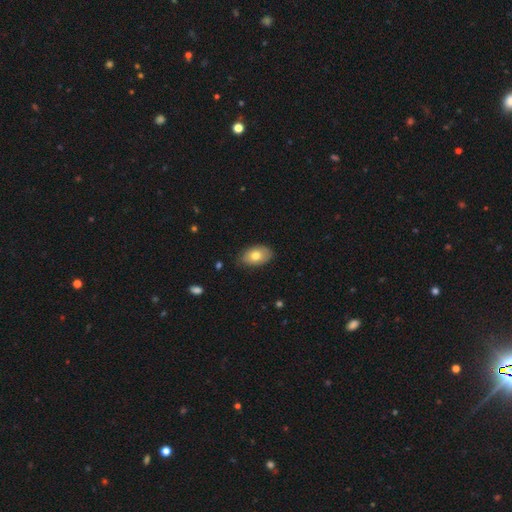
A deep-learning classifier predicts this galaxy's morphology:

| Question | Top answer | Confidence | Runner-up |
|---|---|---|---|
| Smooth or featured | smooth | 74% | featured or disk (19%) |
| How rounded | in between | 90% | round (9%) |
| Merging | none | 80% | minor disturbance (16%) |